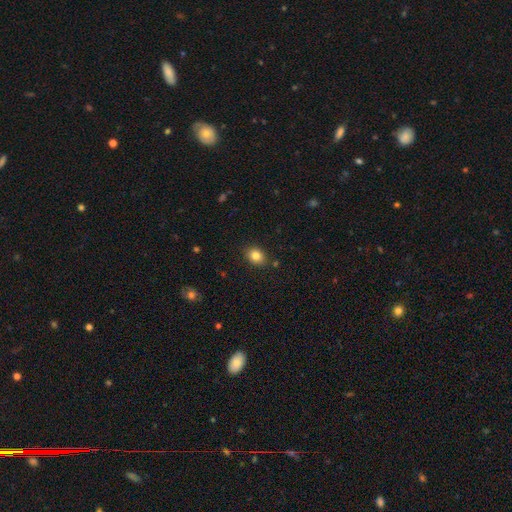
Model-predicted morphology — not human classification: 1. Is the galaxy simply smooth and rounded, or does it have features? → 82% smooth, 10% star or artifact, 8% featured or disk.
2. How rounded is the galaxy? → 55% in between, 44% round, 1% cigar-shaped.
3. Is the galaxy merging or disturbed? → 87% none, 9% minor disturbance, 2% major disturbance, 2% merger.